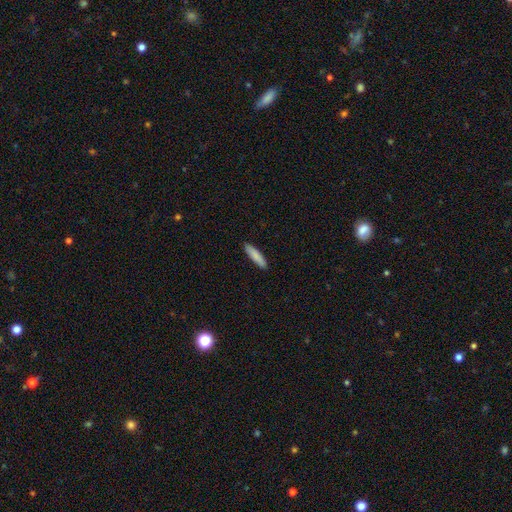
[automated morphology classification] Overall: smooth (86%). How rounded: cigar-shaped (77%). Merging: none (90%).